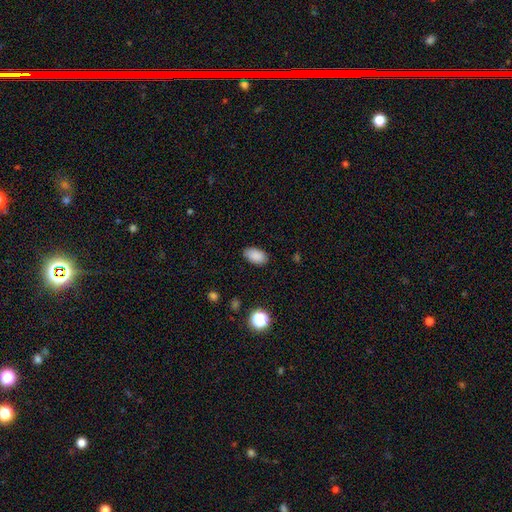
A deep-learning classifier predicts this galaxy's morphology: Smooth or featured? smooth (88%)
How rounded? in between (93%)
Merging? none (87%)